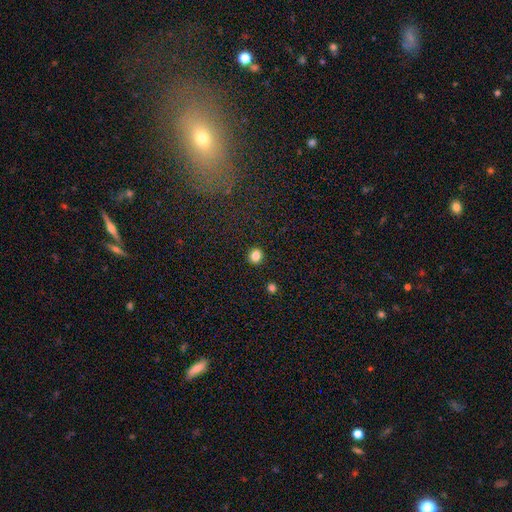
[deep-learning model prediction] A smooth galaxy with no disk features (84%) that is round (87%).

Vote fractions:
- Smooth or featured? smooth: 84% / star or artifact: 11% / featured or disk: 4%
- How rounded? round: 87% / in between: 12% / cigar-shaped: 1%
- Merging? none: 92% / minor disturbance: 5% / major disturbance: 2% / merger: 1%